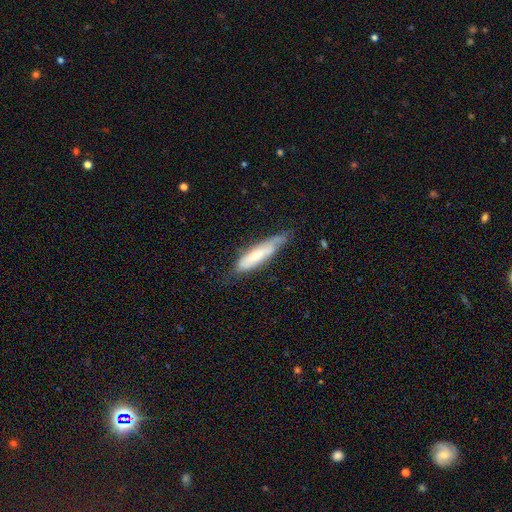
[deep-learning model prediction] A smooth galaxy with no disk features (52%) that is cigar-shaped (73%).

Vote fractions:
- Smooth or featured? smooth: 52% / featured or disk: 41% / star or artifact: 7%
- How rounded? cigar-shaped: 73% / in between: 26% / round: 1%
- Merging? none: 55% / minor disturbance: 33% / major disturbance: 11% / merger: 2%